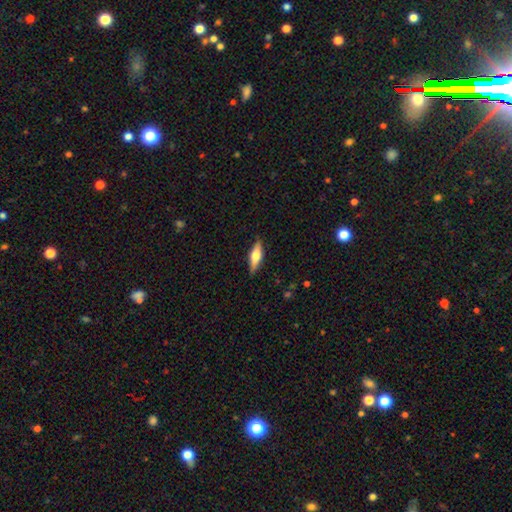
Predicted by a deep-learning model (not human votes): A featured or disk galaxy (53%) viewed edge-on (95%). Merging: none (87%).